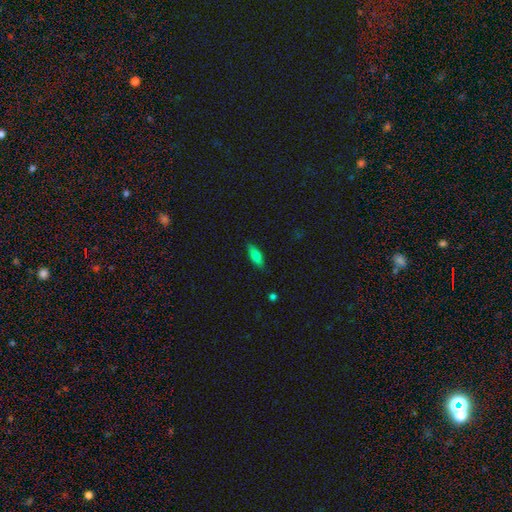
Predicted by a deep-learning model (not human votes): smooth-or-featured: smooth: 77% | featured or disk: 15% | star or artifact: 8%
  how-rounded: in between: 65% | cigar-shaped: 33% | round: 2%
  merging: none: 84% | minor disturbance: 13% | major disturbance: 2% | merger: 1%